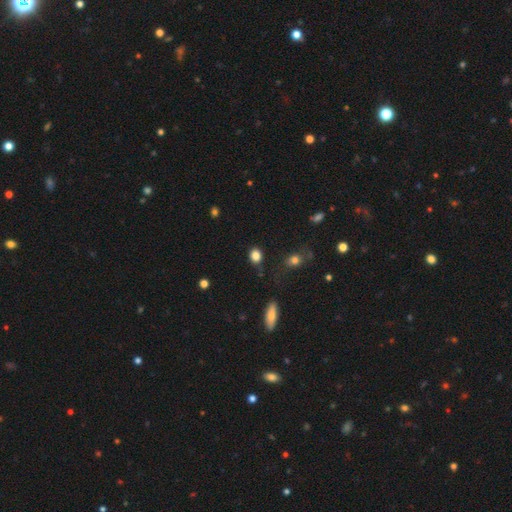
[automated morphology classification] Q: Smooth or featured?
A: smooth (85%); runner-up: star or artifact (11%)
Q: How rounded?
A: round (65%); runner-up: in between (33%)
Q: Merging?
A: none (80%); runner-up: minor disturbance (13%)